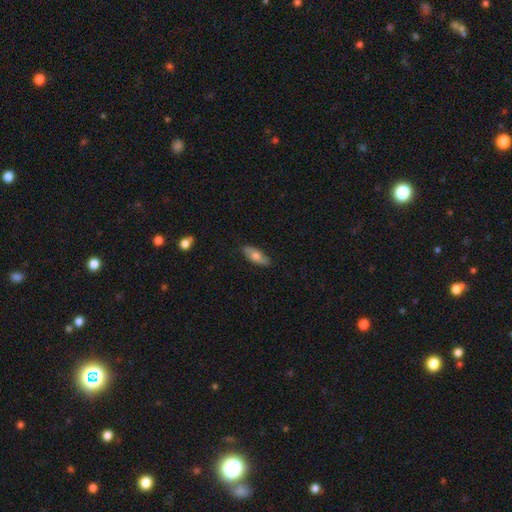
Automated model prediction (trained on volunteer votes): This is likely a smooth galaxy (64%). How rounded: likely in between (69%). Merging: clearly none (86%).